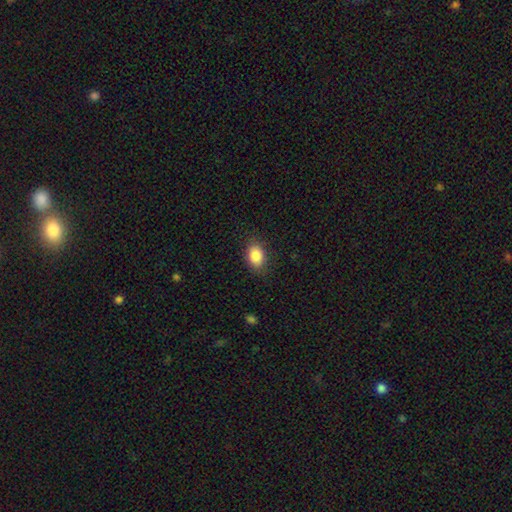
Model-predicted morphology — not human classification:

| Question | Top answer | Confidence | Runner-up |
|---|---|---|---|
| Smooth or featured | smooth | 87% | star or artifact (8%) |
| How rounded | in between | 79% | round (20%) |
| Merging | none | 84% | minor disturbance (12%) |